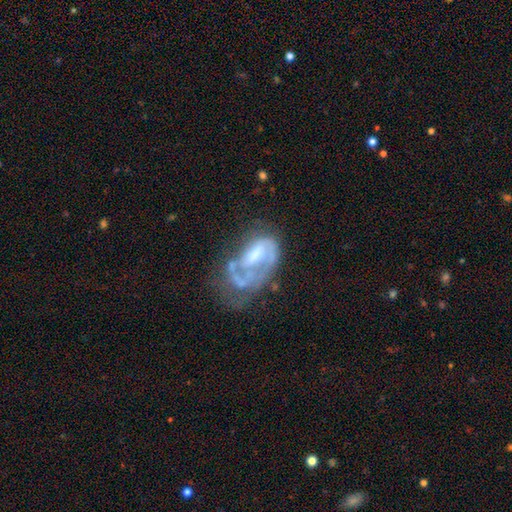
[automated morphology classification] Smooth or featured? featured or disk (73%)
Edge-on disk? no (97%)
Bar? no (50%)
Spiral arms? yes (64%)
Bulge size? moderate (38%)
Merging? major disturbance (39%)